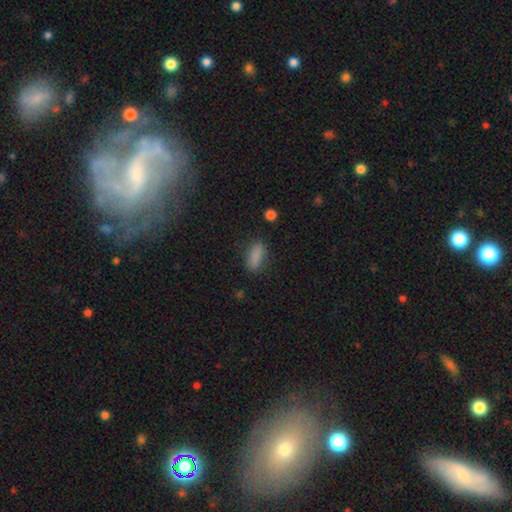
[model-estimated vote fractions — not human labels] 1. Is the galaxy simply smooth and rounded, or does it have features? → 86% smooth, 9% star or artifact, 5% featured or disk.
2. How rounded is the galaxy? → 78% in between, 19% cigar-shaped, 3% round.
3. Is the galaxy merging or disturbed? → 80% none, 14% minor disturbance, 4% major disturbance, 2% merger.